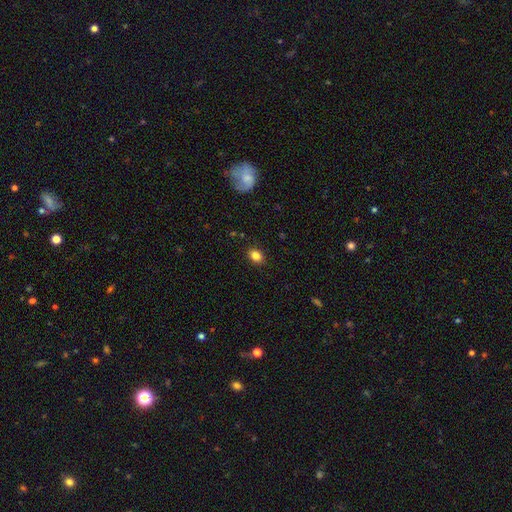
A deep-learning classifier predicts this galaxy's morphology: Smooth or featured?
  - smooth: 84% *
  - star or artifact: 10%
  - featured or disk: 6%
How rounded?
  - in between: 65% *
  - round: 34%
  - cigar-shaped: 1%
Merging?
  - none: 88% *
  - minor disturbance: 9%
  - major disturbance: 2%
  - merger: 1%